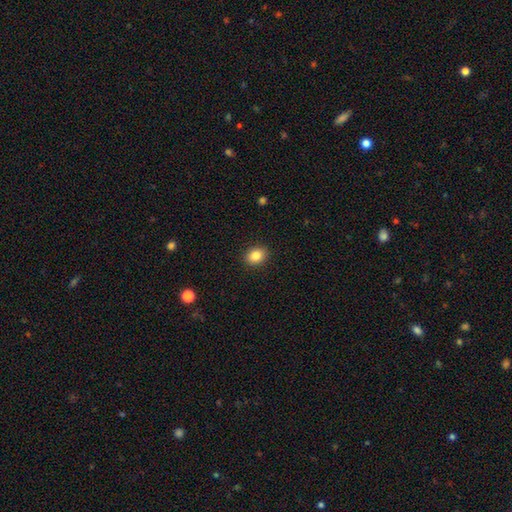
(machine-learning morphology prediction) type=smooth (85%); roundness=in between (53%); merging=none (90%).